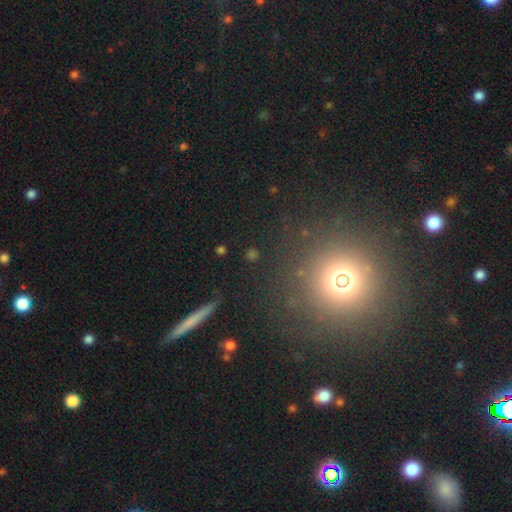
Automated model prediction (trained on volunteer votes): smooth 42% (tied), star or artifact 42% (tied), featured or disk 16%. Down the decision tree: merging — none (86%).